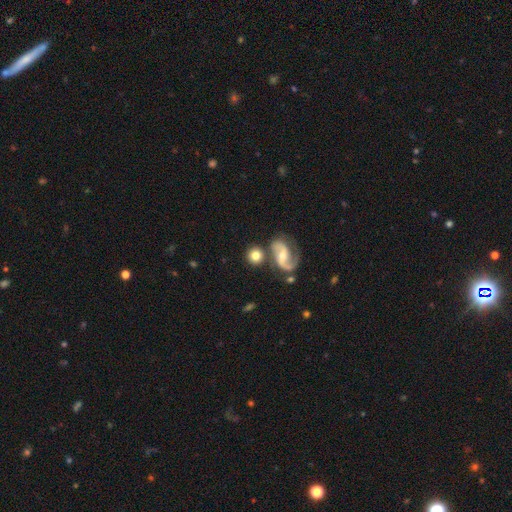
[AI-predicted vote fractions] Smooth or featured? smooth (60%)
How rounded? round (88%)
Merging? none (68%)